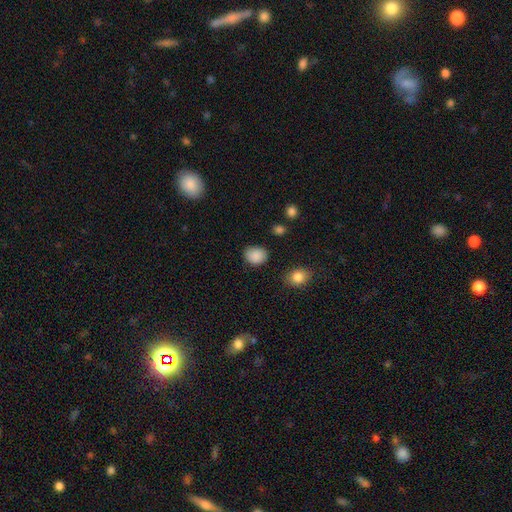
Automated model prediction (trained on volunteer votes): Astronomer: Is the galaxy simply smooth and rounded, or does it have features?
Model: smooth — 88%.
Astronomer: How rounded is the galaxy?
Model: round — 58% (runner-up: in between, 41%).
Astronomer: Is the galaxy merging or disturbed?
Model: none — 80%.